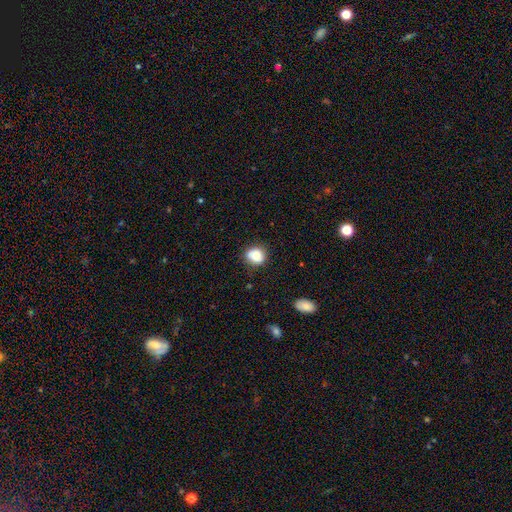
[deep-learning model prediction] Smooth or featured? Predicted: smooth (p=0.82). How rounded? Predicted: round (p=0.71). Merging? Predicted: none (p=0.73).